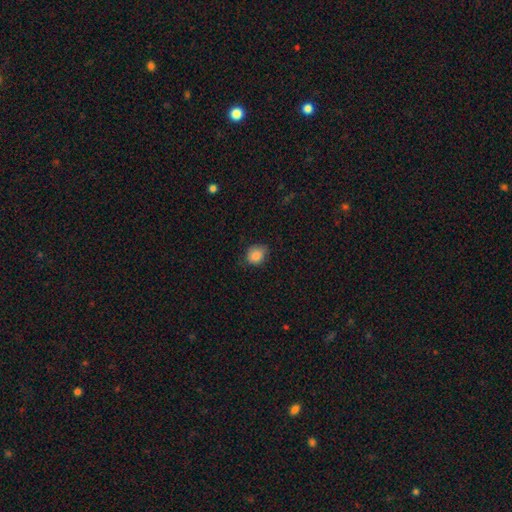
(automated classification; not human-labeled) A smooth galaxy with no disk features (86%) that is round (59%).

Vote fractions:
- Smooth or featured? smooth: 86% / star or artifact: 9% / featured or disk: 5%
- How rounded? round: 59% / in between: 40% / cigar-shaped: 1%
- Merging? none: 69% / minor disturbance: 25% / major disturbance: 5% / merger: 1%